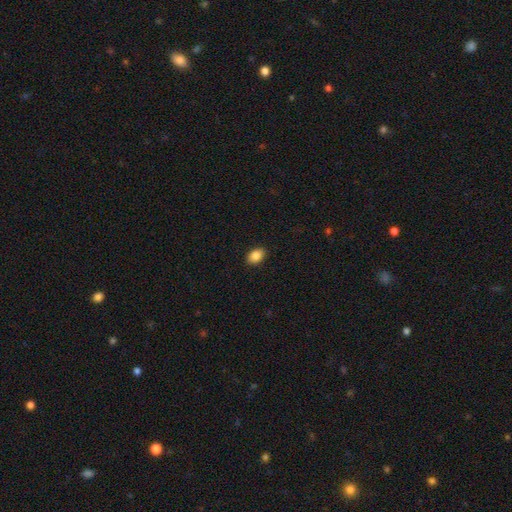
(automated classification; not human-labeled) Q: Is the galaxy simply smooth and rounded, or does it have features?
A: smooth — 87%.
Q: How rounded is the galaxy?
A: in between — 83%.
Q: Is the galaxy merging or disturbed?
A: none — 90%.